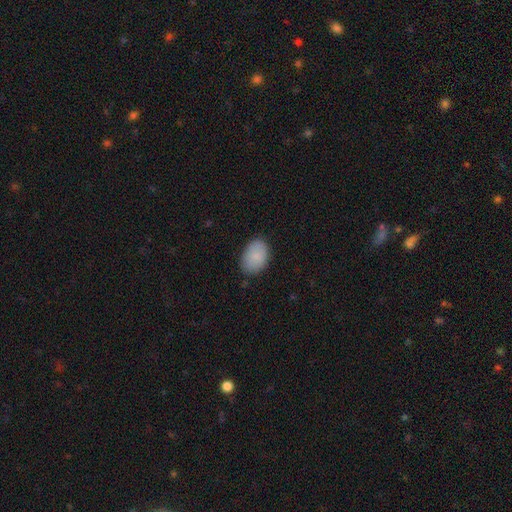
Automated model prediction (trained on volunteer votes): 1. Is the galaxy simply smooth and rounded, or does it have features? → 87% smooth, 7% featured or disk, 6% star or artifact.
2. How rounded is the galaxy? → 88% in between, 11% round, 1% cigar-shaped.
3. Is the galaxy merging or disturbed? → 81% none, 15% minor disturbance, 3% major disturbance, 1% merger.